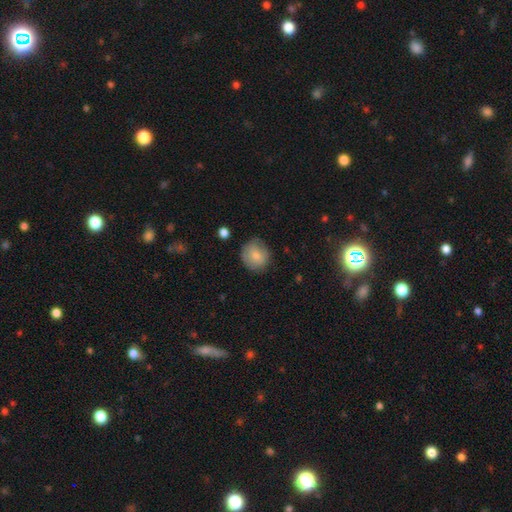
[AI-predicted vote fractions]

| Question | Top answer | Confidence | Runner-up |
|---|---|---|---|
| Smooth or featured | smooth | 79% | featured or disk (14%) |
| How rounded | round | 81% | in between (18%) |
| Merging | none | 75% | minor disturbance (19%) |